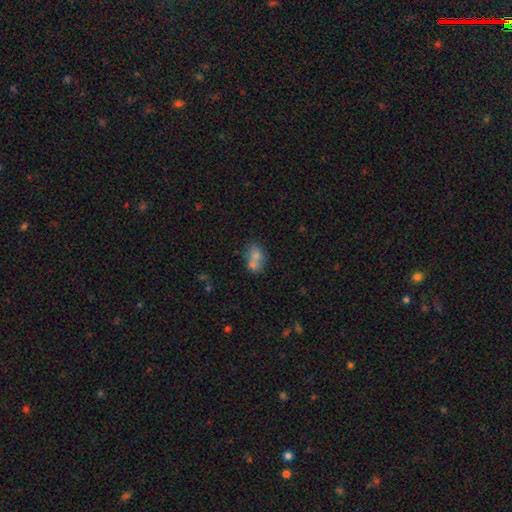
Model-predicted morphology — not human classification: A smooth galaxy with no disk features (70%) that is in between round and cigar-shaped (58%).

Vote fractions:
- Smooth or featured? smooth: 70% / featured or disk: 17% / star or artifact: 13%
- How rounded? in between: 58% / round: 40% / cigar-shaped: 2%
- Merging? merger: 54% / none: 34% / minor disturbance: 9% / major disturbance: 4%